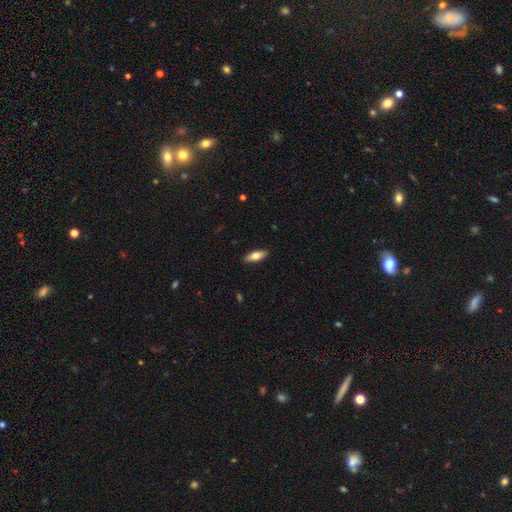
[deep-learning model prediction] Smooth or featured: smooth — 74% (featured or disk — 20%)
How rounded: in between — 72% (cigar-shaped — 26%)
Merging: none — 89% (minor disturbance — 8%)